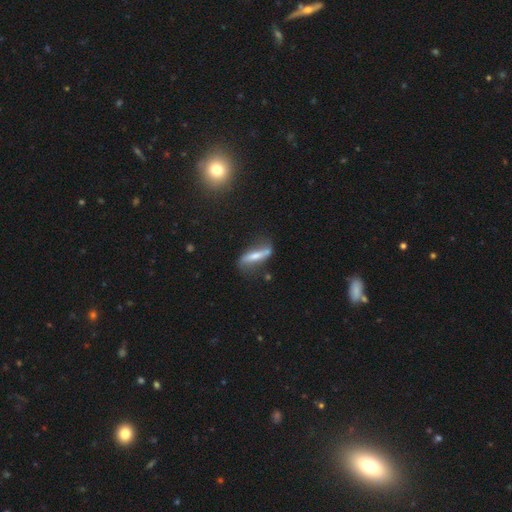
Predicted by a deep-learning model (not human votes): The model was most divided on "edge-on disk": no: 51%, yes: 49%. More confident: merging — none (52%); smooth or featured — featured or disk (52%).